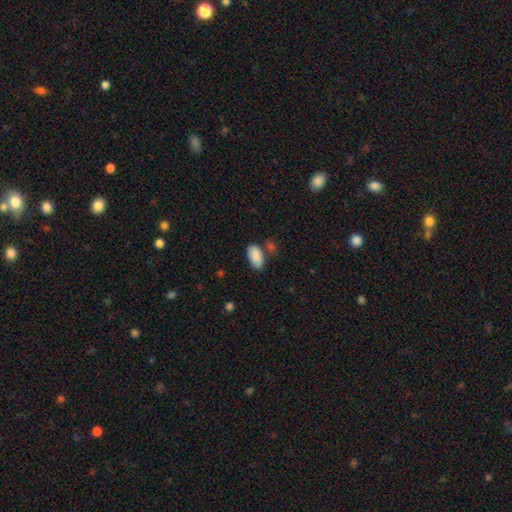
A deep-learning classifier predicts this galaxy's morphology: This appears to be a smooth galaxy with no disk features (88%) that is in between round and cigar-shaped (95%). Merging: none (63%).